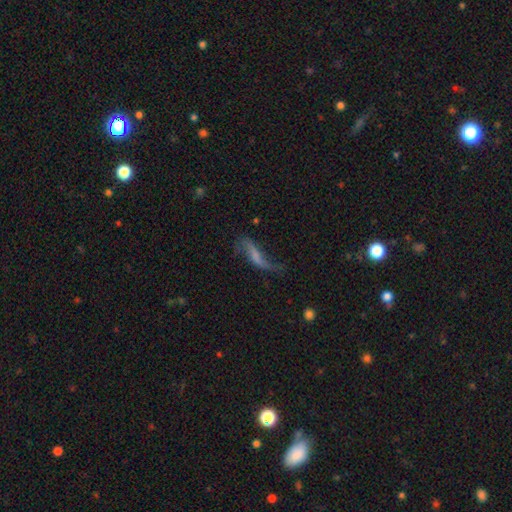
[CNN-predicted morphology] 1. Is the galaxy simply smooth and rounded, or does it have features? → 56% featured or disk, 33% smooth, 10% star or artifact.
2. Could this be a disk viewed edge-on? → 80% no, 20% yes.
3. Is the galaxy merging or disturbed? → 42% none, 29% major disturbance, 24% minor disturbance, 5% merger.